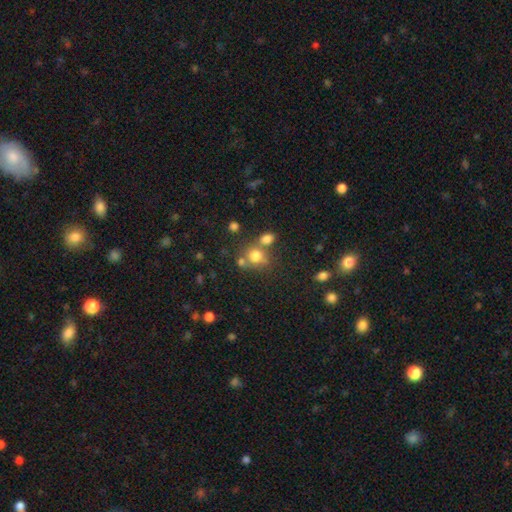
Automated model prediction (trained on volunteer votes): A smooth galaxy with no disk features (75%) that is round (75%). Merging: none (52%).